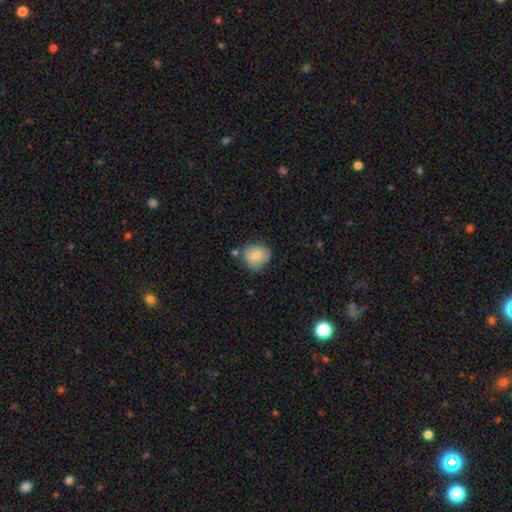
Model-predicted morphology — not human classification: Smooth or featured: smooth — 76% (featured or disk — 16%)
How rounded: round — 82% (in between — 17%)
Merging: none — 64% (minor disturbance — 24%)